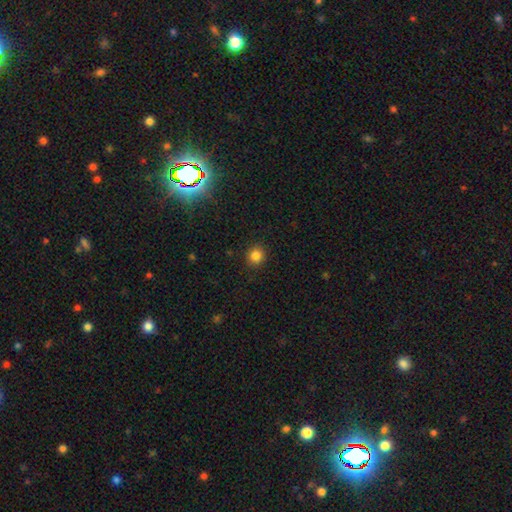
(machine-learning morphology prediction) A smooth galaxy with no disk features (84%) that is round (87%).

Vote fractions:
- Smooth or featured? smooth: 84% / star or artifact: 12% / featured or disk: 5%
- How rounded? round: 87% / in between: 12% / cigar-shaped: 1%
- Merging? none: 91% / minor disturbance: 6% / major disturbance: 2% / merger: 1%